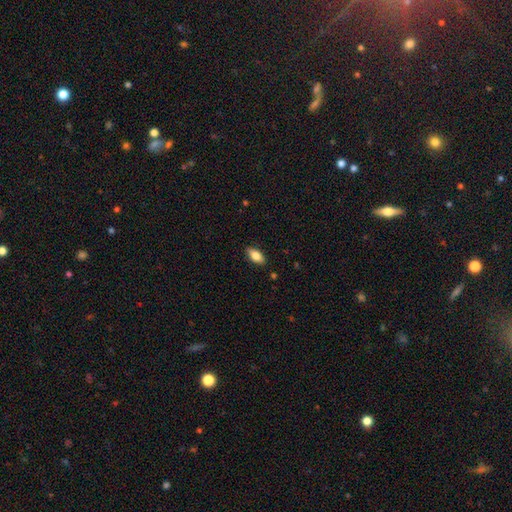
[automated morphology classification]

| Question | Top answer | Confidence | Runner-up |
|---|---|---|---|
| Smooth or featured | smooth | 77% | featured or disk (16%) |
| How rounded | in between | 85% | cigar-shaped (13%) |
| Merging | none | 87% | minor disturbance (9%) |